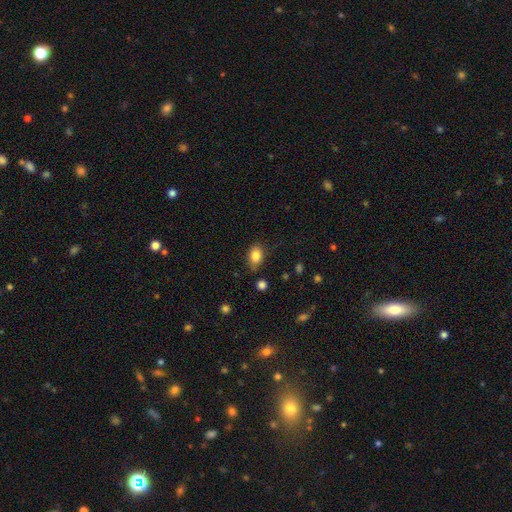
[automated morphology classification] Q: Smooth or featured?
A: smooth (84%); runner-up: star or artifact (9%)
Q: How rounded?
A: in between (72%); runner-up: round (26%)
Q: Merging?
A: none (73%); runner-up: minor disturbance (20%)